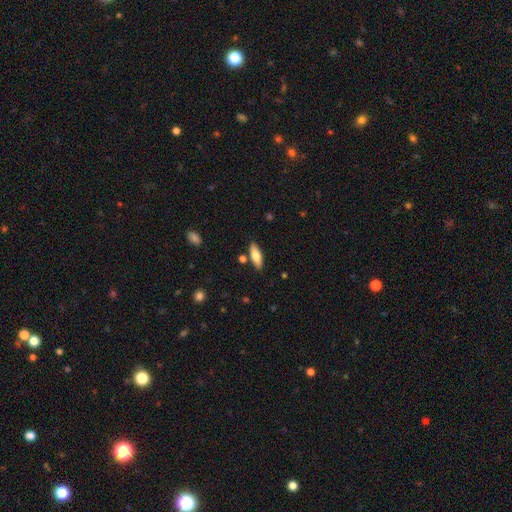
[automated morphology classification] type=smooth (72%); roundness=in between (65%); merging=none (84%).